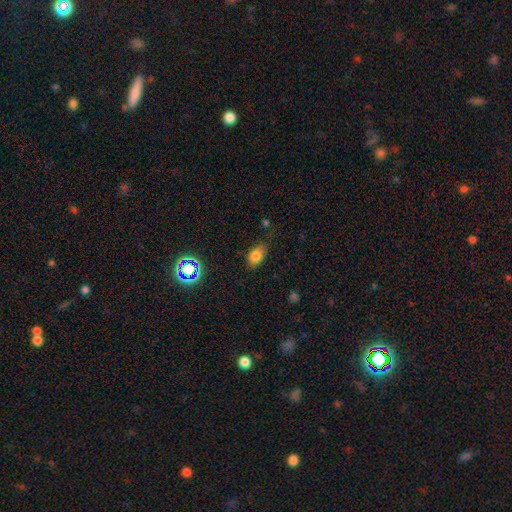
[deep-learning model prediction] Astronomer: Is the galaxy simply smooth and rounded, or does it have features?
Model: smooth — 78%.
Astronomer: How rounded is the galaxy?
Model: in between — 83%.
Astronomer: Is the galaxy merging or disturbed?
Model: none — 73%.